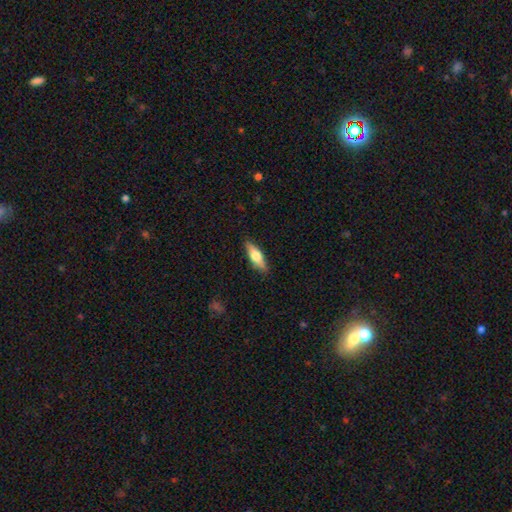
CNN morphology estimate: A smooth galaxy with no disk features (60%) that is in between round and cigar-shaped (49%).

Vote fractions:
- Smooth or featured? smooth: 60% / featured or disk: 34% / star or artifact: 6%
- How rounded? in between: 49% / cigar-shaped: 48% / round: 2%
- Merging? none: 88% / minor disturbance: 9% / major disturbance: 2% / merger: 1%